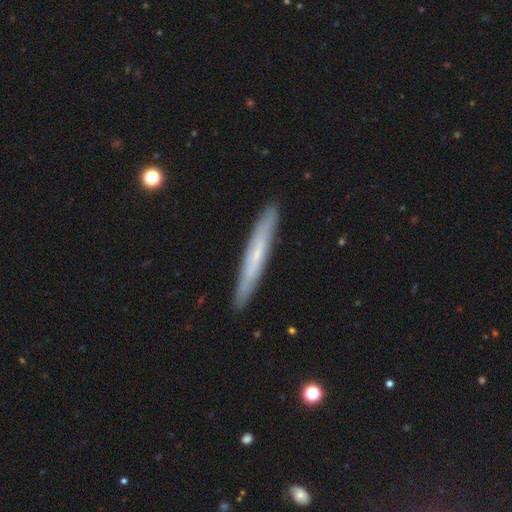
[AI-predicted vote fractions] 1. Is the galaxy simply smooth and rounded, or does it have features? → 47% smooth (tied), 47% featured or disk (tied), 6% star or artifact.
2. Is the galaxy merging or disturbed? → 90% none, 7% minor disturbance, 1% major disturbance, 1% merger.